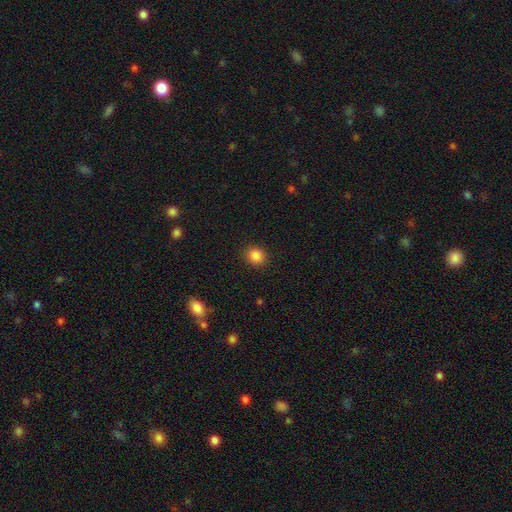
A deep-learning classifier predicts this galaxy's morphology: Smooth or featured?
  - smooth: 86% *
  - star or artifact: 11%
  - featured or disk: 4%
How rounded?
  - round: 80% *
  - in between: 19%
  - cigar-shaped: 1%
Merging?
  - none: 90% *
  - minor disturbance: 6%
  - major disturbance: 2%
  - merger: 1%